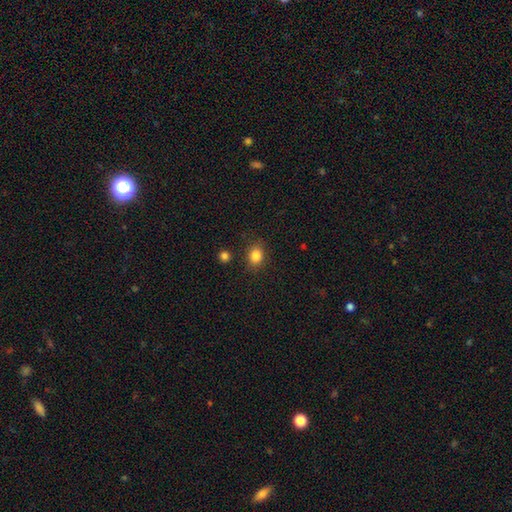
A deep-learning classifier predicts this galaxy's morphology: A smooth galaxy with no disk features (85%) that is round (51%). Merging: none (82%).